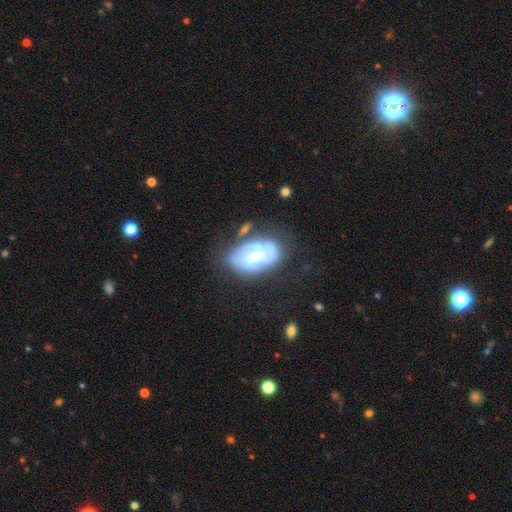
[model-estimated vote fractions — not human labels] Q: Smooth or featured?
A: featured or disk (64%); runner-up: smooth (29%)
Q: Edge-on disk?
A: no (96%); runner-up: yes (4%)
Q: Bar?
A: no (48%); runner-up: weak (42%)
Q: Spiral arms?
A: yes (74%); runner-up: no (26%)
Q: Bulge size?
A: moderate (52%); runner-up: small (39%)
Q: Merging?
A: none (56%); runner-up: minor disturbance (26%)